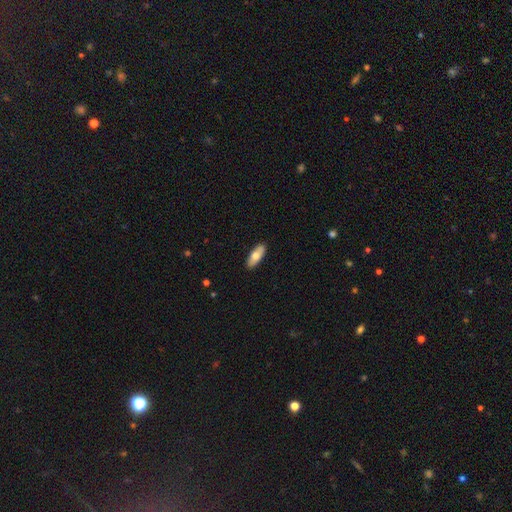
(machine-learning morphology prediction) This appears to be a smooth galaxy with no disk features (68%) that is in between round and cigar-shaped (73%). Merging: none (89%).